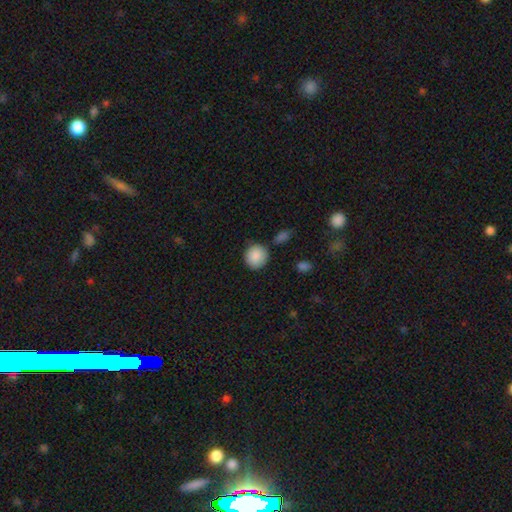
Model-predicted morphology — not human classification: This is clearly a smooth galaxy (89%). How rounded: clearly round (90%). Merging: clearly none (82%).